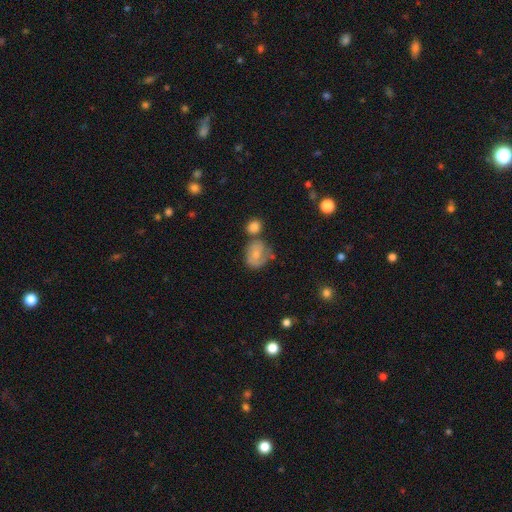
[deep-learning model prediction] smooth_or_featured: smooth (p=0.50) [alt: featured or disk p=0.41]
how_rounded: round (p=0.59) [alt: in between p=0.40]
merging: none (p=0.43) [alt: minor disturbance p=0.24]